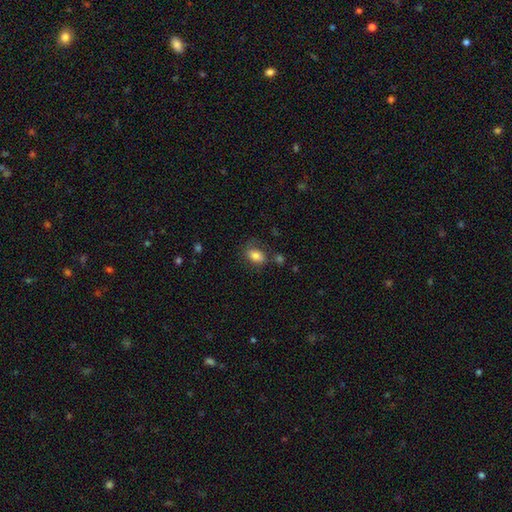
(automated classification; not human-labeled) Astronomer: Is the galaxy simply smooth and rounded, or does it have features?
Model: smooth — 79%.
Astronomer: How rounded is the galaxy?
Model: in between — 84%.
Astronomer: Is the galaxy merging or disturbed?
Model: none — 61%.